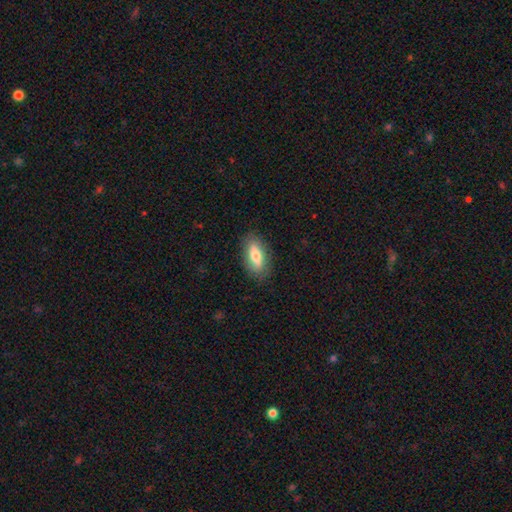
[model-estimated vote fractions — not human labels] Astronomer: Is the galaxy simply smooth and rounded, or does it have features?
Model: smooth — 70%.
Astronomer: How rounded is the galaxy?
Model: in between — 76%.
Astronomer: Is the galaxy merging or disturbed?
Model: none — 84%.